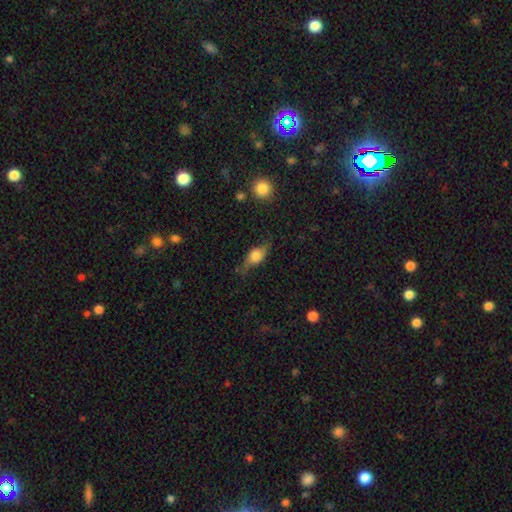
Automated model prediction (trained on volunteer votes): A smooth galaxy with no disk features (50%) that is in between round and cigar-shaped (72%).

Vote fractions:
- Smooth or featured? smooth: 50% / featured or disk: 42% / star or artifact: 8%
- How rounded? in between: 72% / cigar-shaped: 16% / round: 12%
- Merging? none: 63% / minor disturbance: 25% / major disturbance: 10% / merger: 2%